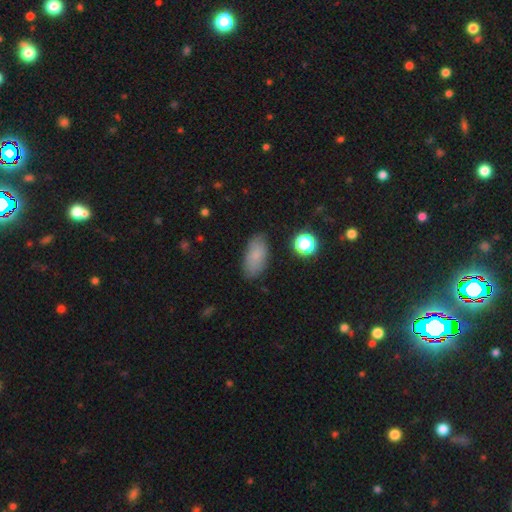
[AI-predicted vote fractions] smooth 80%, featured or disk 12%, star or artifact 9%. Down the decision tree: how rounded — in between (90%); merging — none (81%).